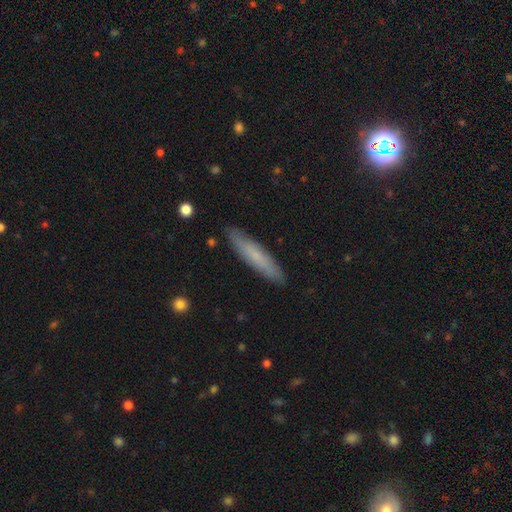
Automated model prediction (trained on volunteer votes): Smooth or featured: smooth — 66% (featured or disk — 28%)
How rounded: cigar-shaped — 88% (in between — 11%)
Merging: none — 88% (minor disturbance — 9%)